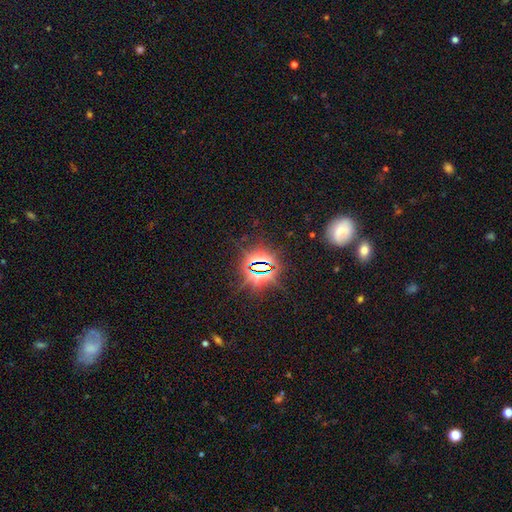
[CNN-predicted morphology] This is clearly a star or artifact rather than a galaxy (81%).